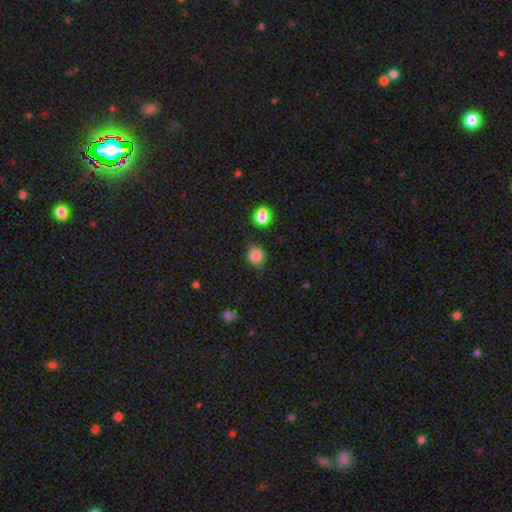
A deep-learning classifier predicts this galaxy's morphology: smooth_or_featured: smooth (p=0.83) [alt: star or artifact p=0.11]
how_rounded: round (p=0.74) [alt: in between p=0.25]
merging: none (p=0.79) [alt: minor disturbance p=0.15]